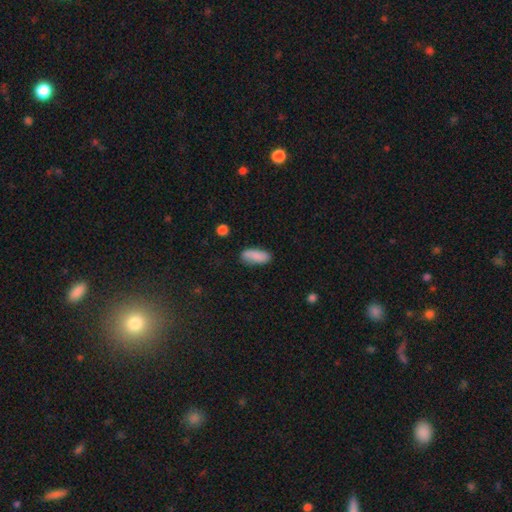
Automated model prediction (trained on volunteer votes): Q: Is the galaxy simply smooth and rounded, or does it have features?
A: smooth — 86%.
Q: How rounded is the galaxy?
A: in between — 77%.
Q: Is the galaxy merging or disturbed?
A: none — 76%.